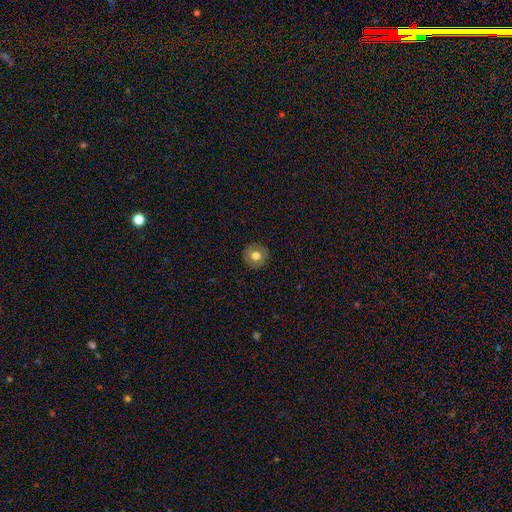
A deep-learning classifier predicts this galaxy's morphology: Smooth or featured? smooth (76%)
How rounded? round (92%)
Merging? none (91%)